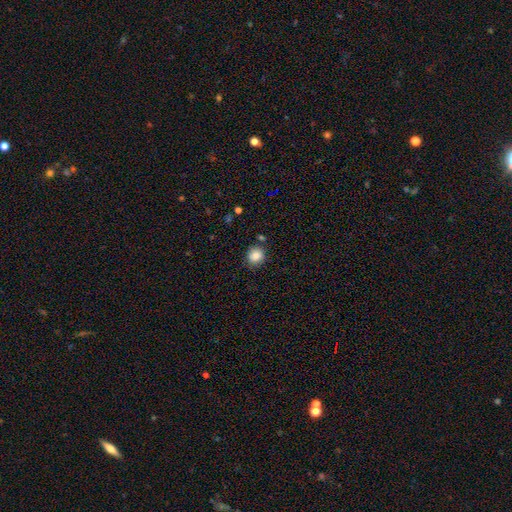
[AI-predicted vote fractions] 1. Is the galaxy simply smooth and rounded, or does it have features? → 85% smooth, 10% star or artifact, 5% featured or disk.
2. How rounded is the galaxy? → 85% round, 14% in between, 1% cigar-shaped.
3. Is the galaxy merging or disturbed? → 80% none, 13% minor disturbance, 4% merger, 3% major disturbance.